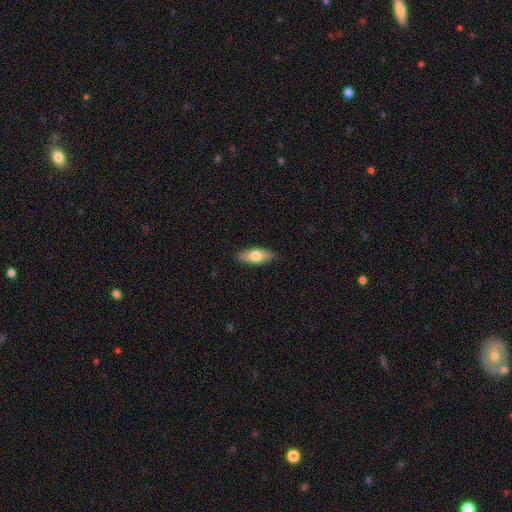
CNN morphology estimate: This is likely a smooth galaxy (72%). How rounded: clearly in between (82%). Merging: clearly none (88%).